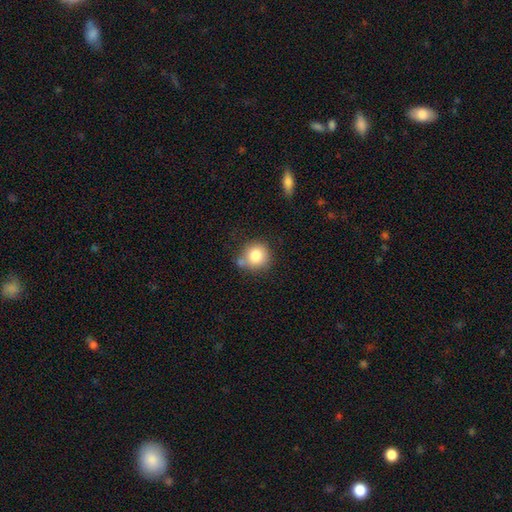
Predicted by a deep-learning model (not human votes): A smooth galaxy with no disk features (82%) that is round (90%). Merging: none (65%).